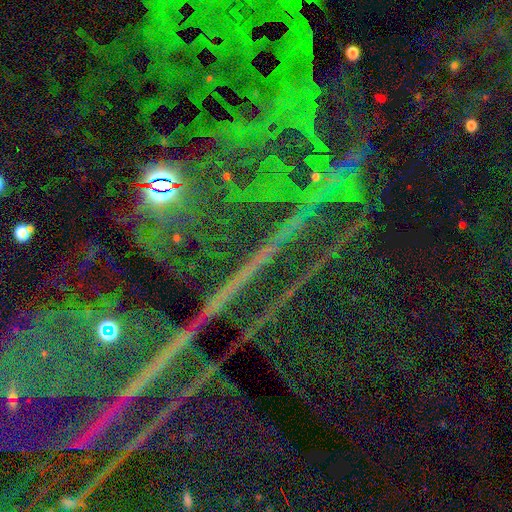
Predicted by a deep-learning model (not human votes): Morphology: type=star or artifact (85%).